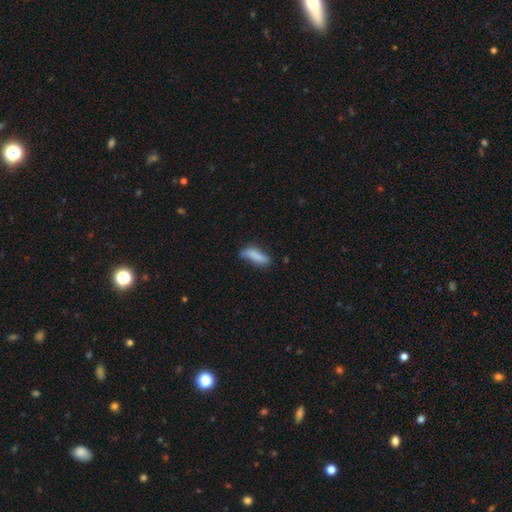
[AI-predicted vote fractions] Overall: smooth (82%). How rounded: cigar-shaped (53%; in between 45%). Merging: none (56%; minor disturbance 31%).